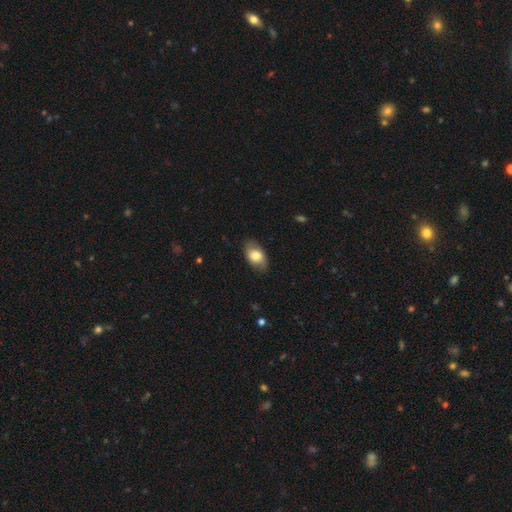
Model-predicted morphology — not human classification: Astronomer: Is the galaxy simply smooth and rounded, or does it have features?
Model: smooth — 79%.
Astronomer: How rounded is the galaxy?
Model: in between — 91%.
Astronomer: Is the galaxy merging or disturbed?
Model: none — 83%.